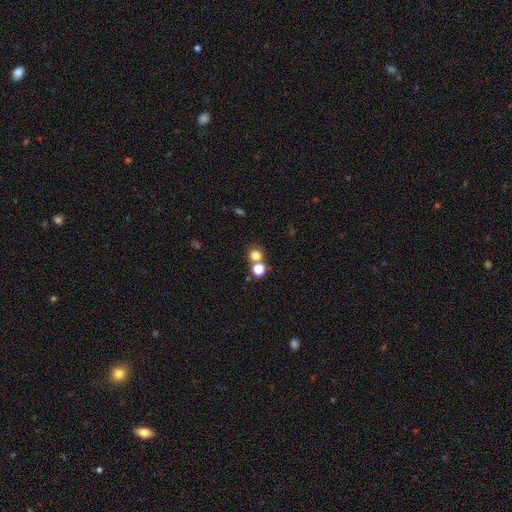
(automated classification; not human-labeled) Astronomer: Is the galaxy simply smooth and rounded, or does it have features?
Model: smooth — 75%.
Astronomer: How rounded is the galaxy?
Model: round — 85%.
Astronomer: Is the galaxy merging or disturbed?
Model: none — 63%.